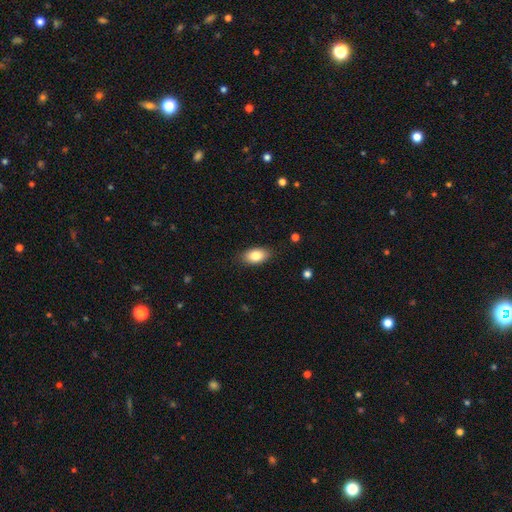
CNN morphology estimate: Smooth or featured?
  - smooth: 83% *
  - featured or disk: 9%
  - star or artifact: 7%
How rounded?
  - in between: 91% *
  - round: 6%
  - cigar-shaped: 3%
Merging?
  - none: 86% *
  - minor disturbance: 11%
  - major disturbance: 2%
  - merger: 1%